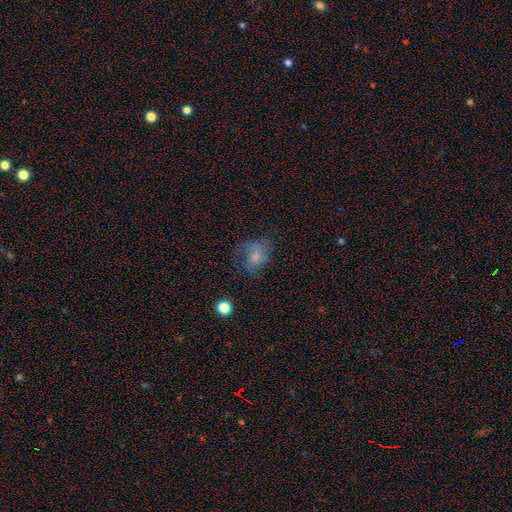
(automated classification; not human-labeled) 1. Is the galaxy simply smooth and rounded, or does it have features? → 63% smooth, 23% featured or disk, 14% star or artifact.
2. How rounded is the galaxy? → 59% in between, 40% round, 1% cigar-shaped.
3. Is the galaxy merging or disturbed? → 44% none, 27% major disturbance, 27% minor disturbance, 2% merger.